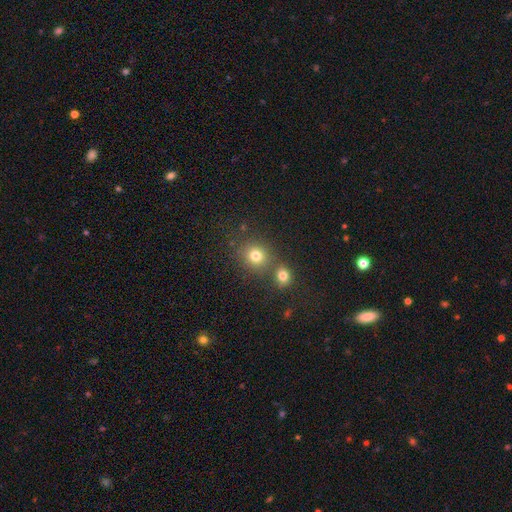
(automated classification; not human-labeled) This is likely a smooth galaxy (76%). How rounded: clearly round (84%). Merging: likely none (66%).